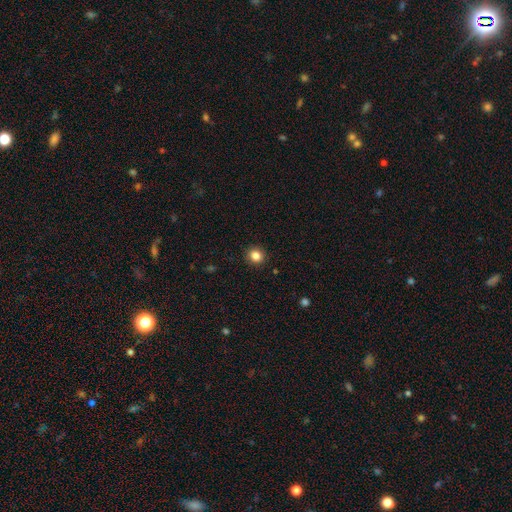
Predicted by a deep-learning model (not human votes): This appears to be a smooth galaxy with no disk features (84%) that is round (82%). Merging: none (91%).